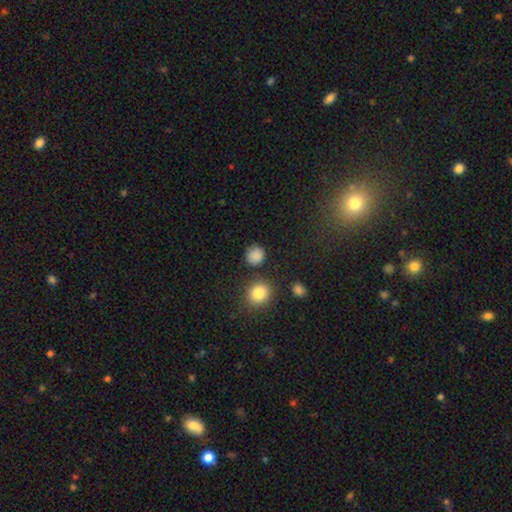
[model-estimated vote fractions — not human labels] Morphology: type=smooth (85%); roundness=round (91%); merging=none (84%).